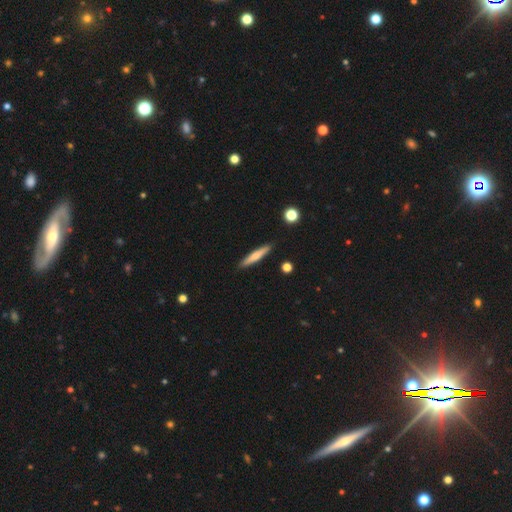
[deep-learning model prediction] Smooth or featured? Predicted: smooth (p=0.60). How rounded? Predicted: cigar-shaped (p=0.91). Merging? Predicted: none (p=0.90).